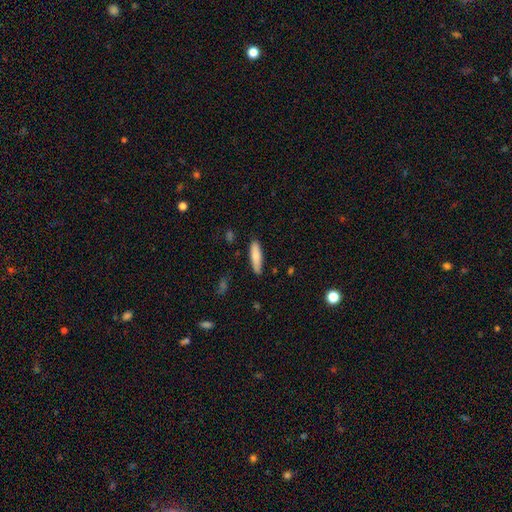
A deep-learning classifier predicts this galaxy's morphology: This appears to be a smooth galaxy with no disk features (78%) that is cigar-shaped (67%). Merging: none (86%).